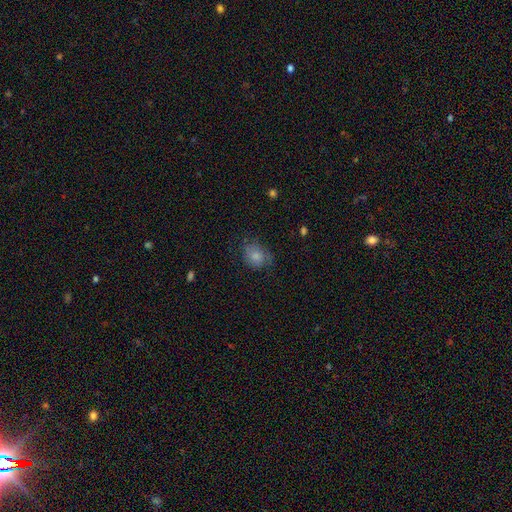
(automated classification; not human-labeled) Overall: smooth (77%). How rounded: round (57%; in between 42%). Merging: none (63%; minor disturbance 26%).